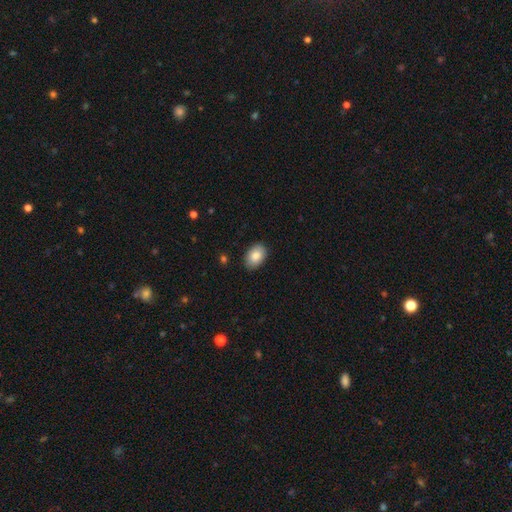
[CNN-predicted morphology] This appears to be a smooth galaxy with no disk features (86%) that is in between round and cigar-shaped (87%). Merging: none (88%).